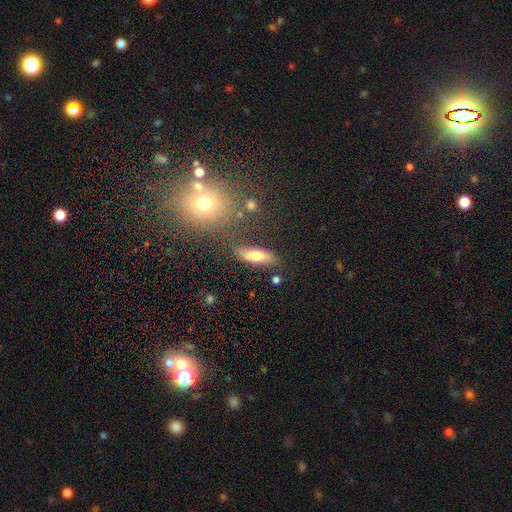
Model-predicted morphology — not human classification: A smooth galaxy with no disk features (65%) that is in between round and cigar-shaped (55%). Merging: none (74%).